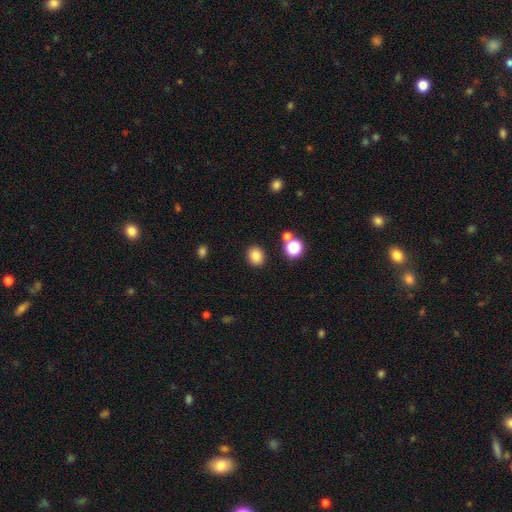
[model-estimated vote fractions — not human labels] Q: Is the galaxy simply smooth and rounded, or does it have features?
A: smooth — 83%.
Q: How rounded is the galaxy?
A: round — 66%.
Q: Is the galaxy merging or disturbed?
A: none — 87%.